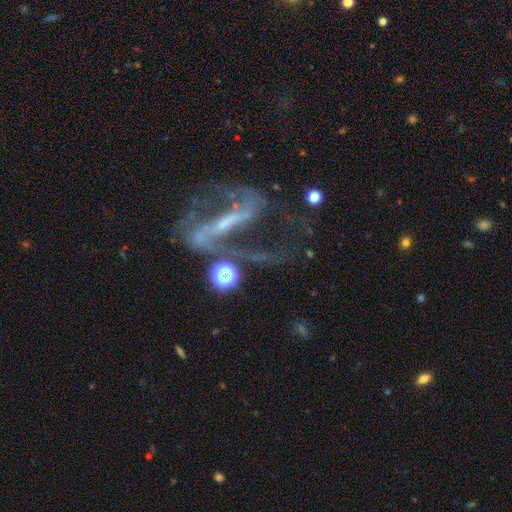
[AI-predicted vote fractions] Smooth or featured? featured or disk (82%)
Edge-on disk? no (89%)
Bar? strong (65%)
Spiral arms? yes (88%)
Spiral winding? loose (49%)
Spiral arm count? 2 (84%)
Bulge size? small (57%)
Merging? none (44%)